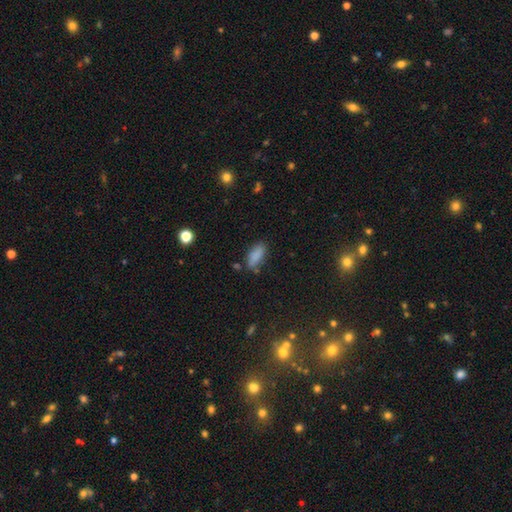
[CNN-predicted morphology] A smooth galaxy with no disk features (85%) that is in between round and cigar-shaped (86%). Merging: none (68%).